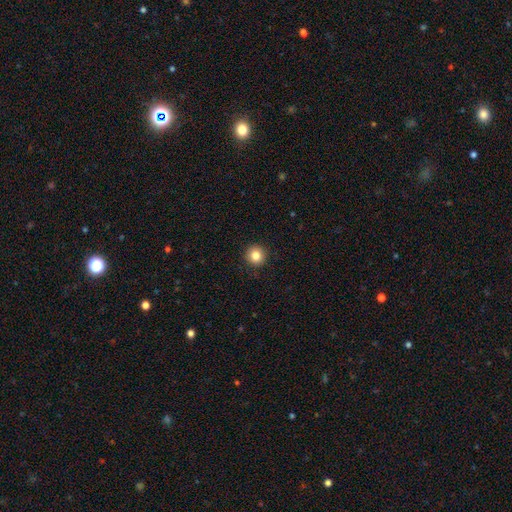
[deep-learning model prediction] Morphology: type=smooth (85%); roundness=round (94%); merging=none (92%).